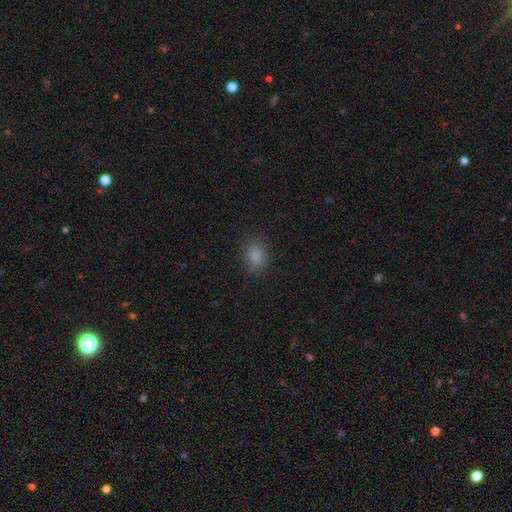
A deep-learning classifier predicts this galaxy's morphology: This appears to be a smooth galaxy with no disk features (83%) that is in between round and cigar-shaped (59%). Merging: none (80%).